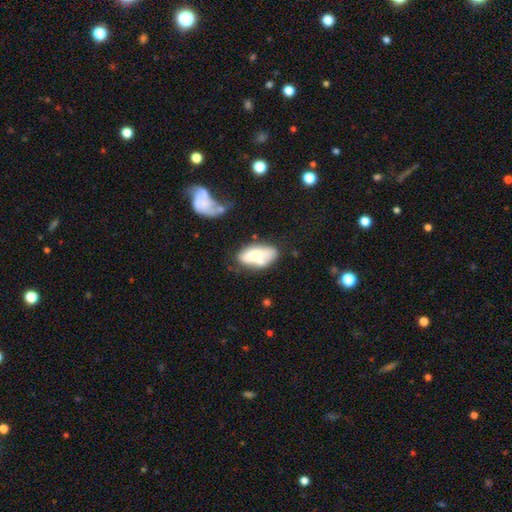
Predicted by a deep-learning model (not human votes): A smooth galaxy with no disk features (62%) that is in between round and cigar-shaped (91%). Merging: none (42%).